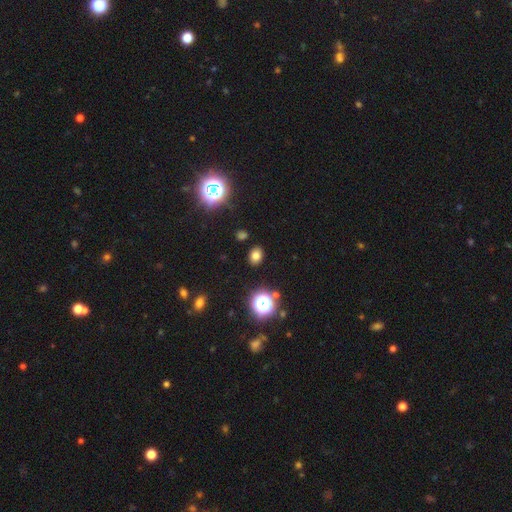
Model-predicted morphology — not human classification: smooth_or_featured: smooth (p=0.74) [alt: star or artifact p=0.19]
how_rounded: in between (p=0.61) [alt: round p=0.37]
merging: none (p=0.88) [alt: minor disturbance p=0.08]